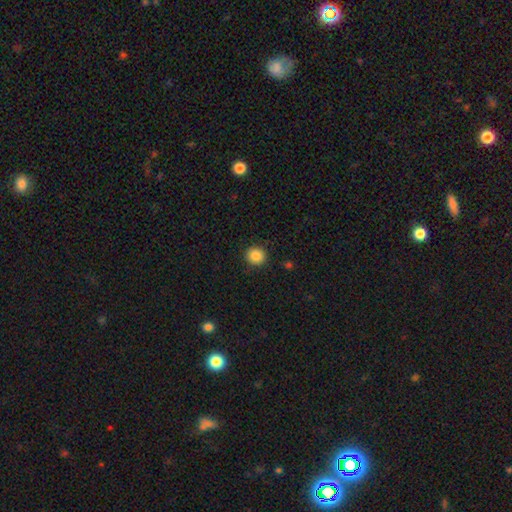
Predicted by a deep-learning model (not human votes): Overall: smooth (87%). How rounded: round (91%). Merging: none (90%).